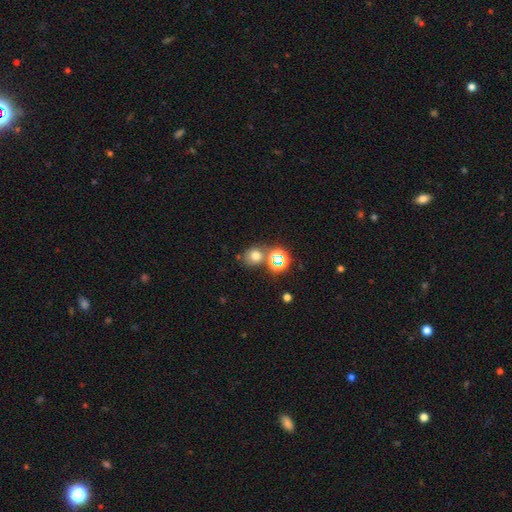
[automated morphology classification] Smooth or featured? smooth (68%)
How rounded? round (78%)
Merging? none (65%)